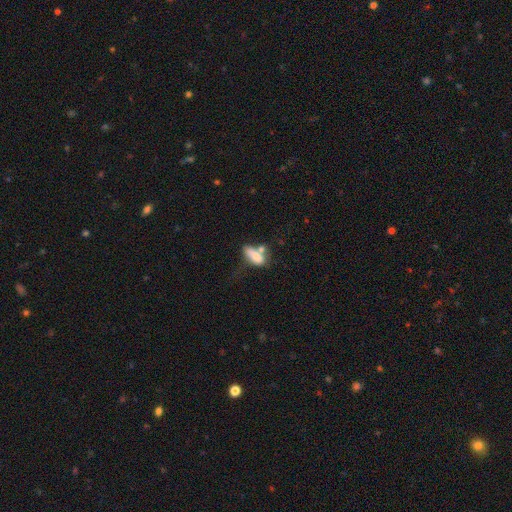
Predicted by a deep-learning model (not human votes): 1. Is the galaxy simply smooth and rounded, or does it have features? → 74% smooth, 17% featured or disk, 9% star or artifact.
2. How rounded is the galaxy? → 79% in between, 16% cigar-shaped, 5% round.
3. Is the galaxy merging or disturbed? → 38% merger, 26% none, 19% minor disturbance, 17% major disturbance.